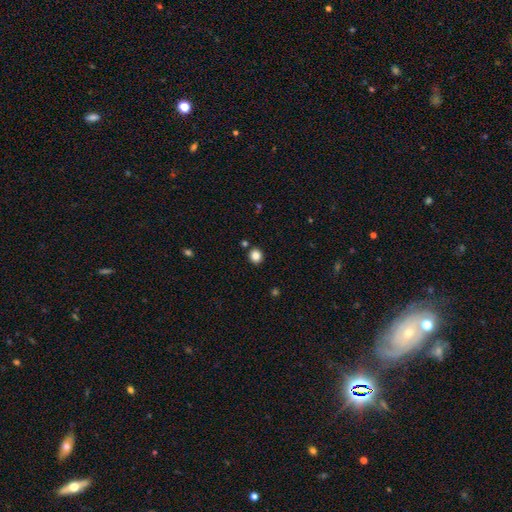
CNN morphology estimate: Smooth or featured?
  - smooth: 84% *
  - star or artifact: 12%
  - featured or disk: 4%
How rounded?
  - round: 88% *
  - in between: 11%
  - cigar-shaped: 1%
Merging?
  - none: 89% *
  - minor disturbance: 6%
  - merger: 3%
  - major disturbance: 2%